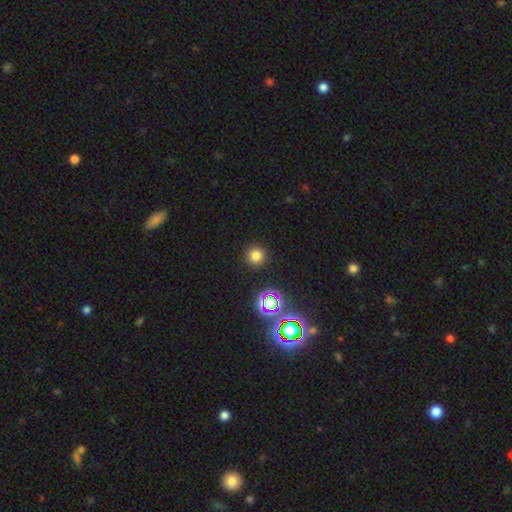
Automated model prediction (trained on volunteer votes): The model was most divided on "smooth or featured": smooth: 73%, star or artifact: 21%, featured or disk: 6%. More confident: how rounded — round (94%); merging — none (90%).